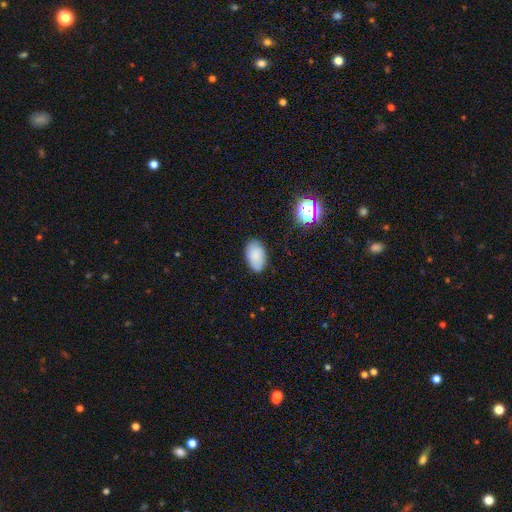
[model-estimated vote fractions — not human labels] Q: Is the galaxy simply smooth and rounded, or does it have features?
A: smooth — 83%.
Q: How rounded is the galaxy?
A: in between — 92%.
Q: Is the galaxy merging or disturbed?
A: none — 82%.